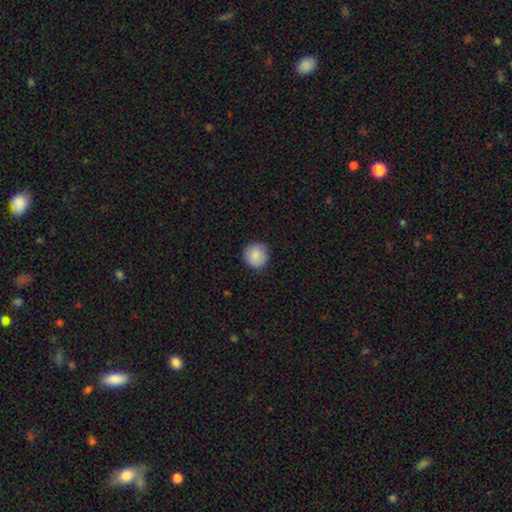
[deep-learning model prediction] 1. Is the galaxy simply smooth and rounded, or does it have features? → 87% smooth, 8% star or artifact, 6% featured or disk.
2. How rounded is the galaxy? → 93% round, 6% in between, 1% cigar-shaped.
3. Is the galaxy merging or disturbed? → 89% none, 8% minor disturbance, 2% major disturbance, 1% merger.